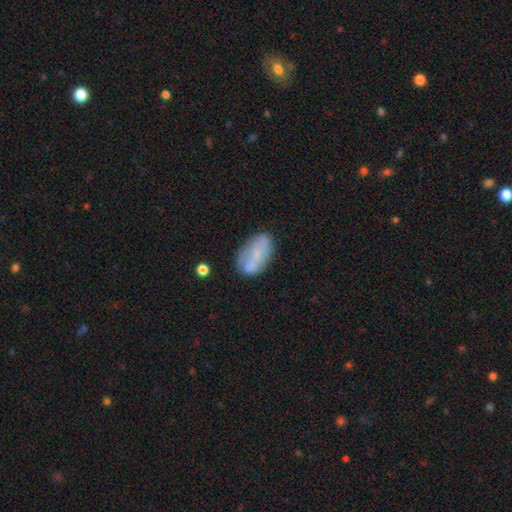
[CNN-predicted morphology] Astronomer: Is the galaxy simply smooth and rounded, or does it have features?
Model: smooth — 59%.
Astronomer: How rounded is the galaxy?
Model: in between — 92%.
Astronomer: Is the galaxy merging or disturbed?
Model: none — 60%.